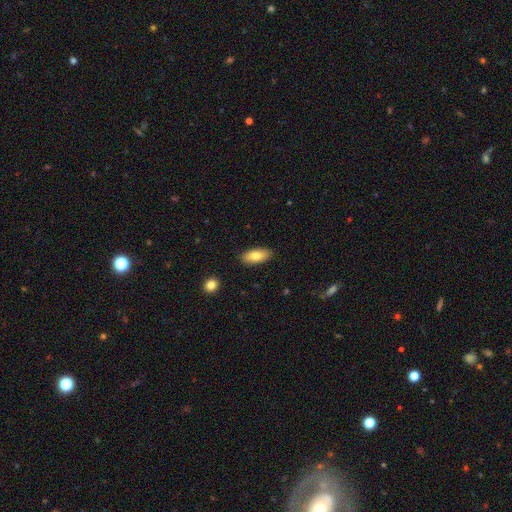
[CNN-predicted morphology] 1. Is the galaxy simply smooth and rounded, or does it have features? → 79% smooth, 14% featured or disk, 7% star or artifact.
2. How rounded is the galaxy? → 87% in between, 10% cigar-shaped, 2% round.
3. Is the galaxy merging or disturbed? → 88% none, 9% minor disturbance, 2% major disturbance, 1% merger.